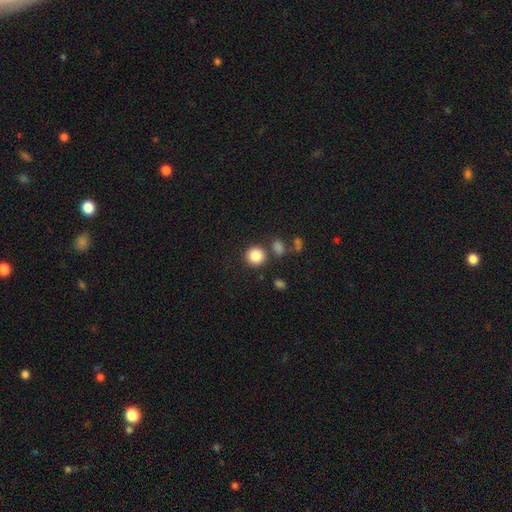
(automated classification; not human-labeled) This is clearly a smooth galaxy (86%). How rounded: clearly round (92%). Merging: clearly none (80%).